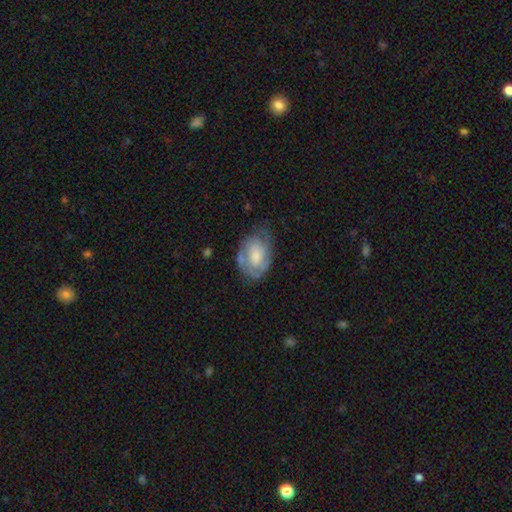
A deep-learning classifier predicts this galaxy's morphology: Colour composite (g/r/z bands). It shows a featured or disk galaxy (59%) with no bar (71%), spiral arms (76%) and a moderate central bulge (36%). Merging: none (54%).